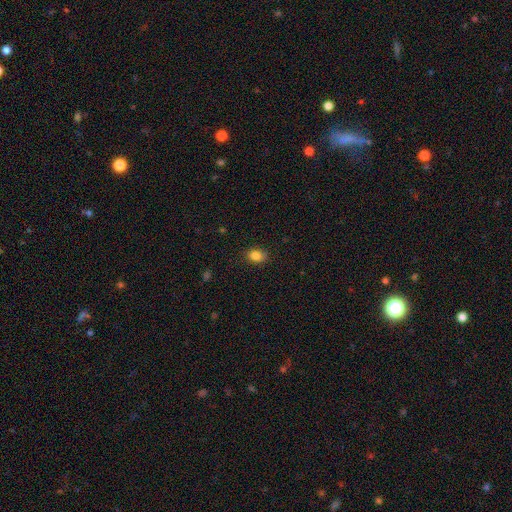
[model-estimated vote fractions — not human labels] Smooth or featured? Predicted: smooth (p=0.85). How rounded? Predicted: in between (p=0.68). Merging? Predicted: none (p=0.86).